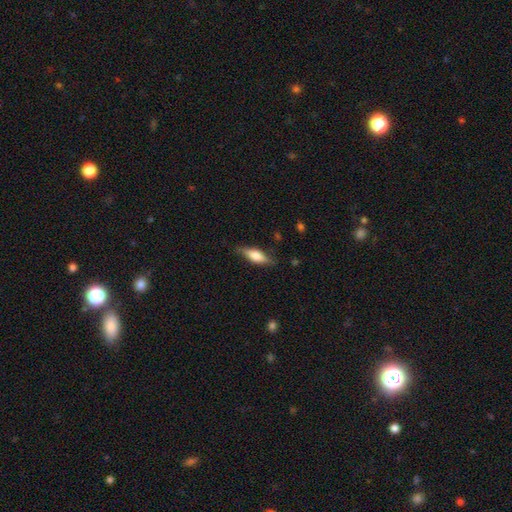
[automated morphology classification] This is possibly a smooth galaxy (55%). How rounded: possibly in between (55%). Merging: likely none (79%).